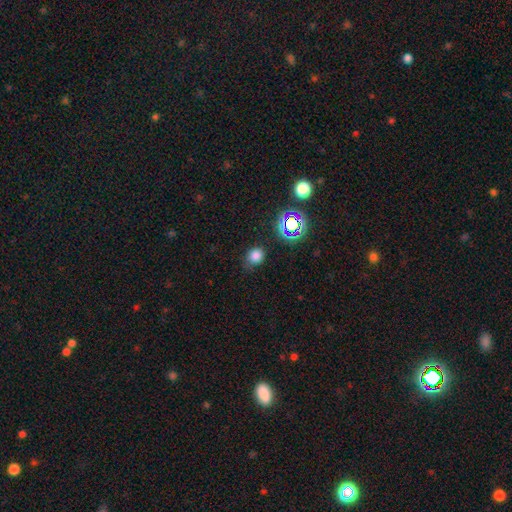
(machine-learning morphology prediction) Smooth or featured?
  - smooth: 75% *
  - star or artifact: 19%
  - featured or disk: 6%
How rounded?
  - round: 68% *
  - in between: 31%
  - cigar-shaped: 1%
Merging?
  - none: 72% *
  - minor disturbance: 20%
  - major disturbance: 6%
  - merger: 2%